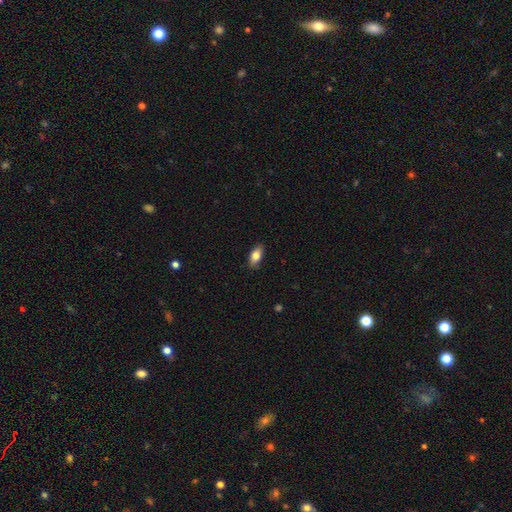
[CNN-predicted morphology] The model was most divided on "smooth or featured": smooth: 80%, featured or disk: 13%, star or artifact: 7%. More confident: how rounded — in between (87%); merging — none (86%).